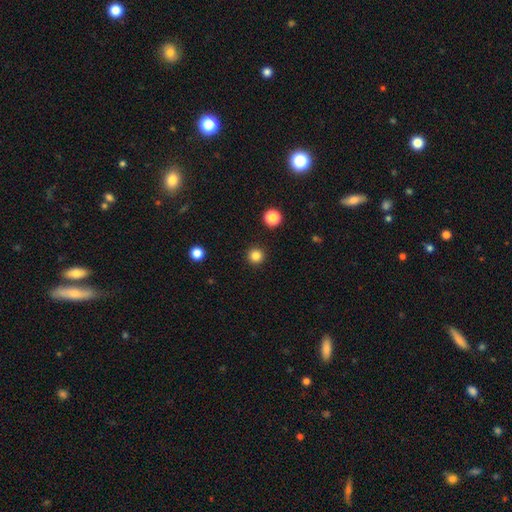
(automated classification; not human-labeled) This is clearly a smooth galaxy (84%). How rounded: clearly round (96%). Merging: clearly none (93%).